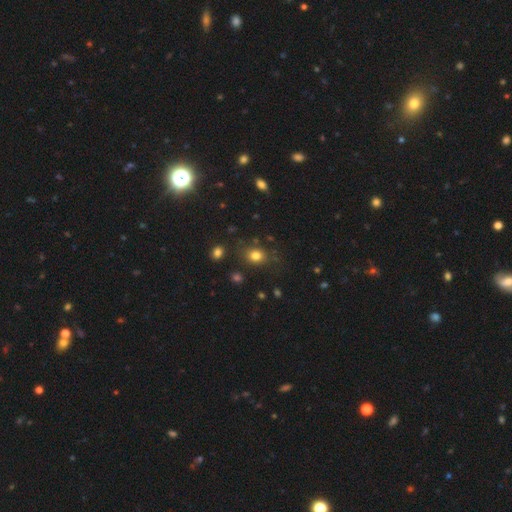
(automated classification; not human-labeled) This is likely a smooth galaxy (79%). How rounded: possibly round (51%). Merging: likely none (78%).